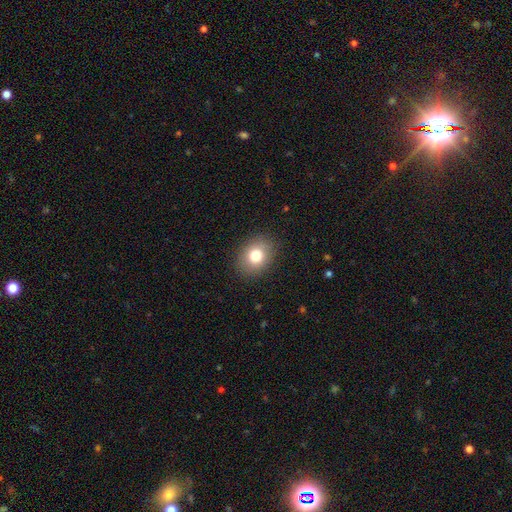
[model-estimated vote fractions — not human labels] Overall: smooth (79%). How rounded: in between (53%; round 47%). Merging: none (88%).